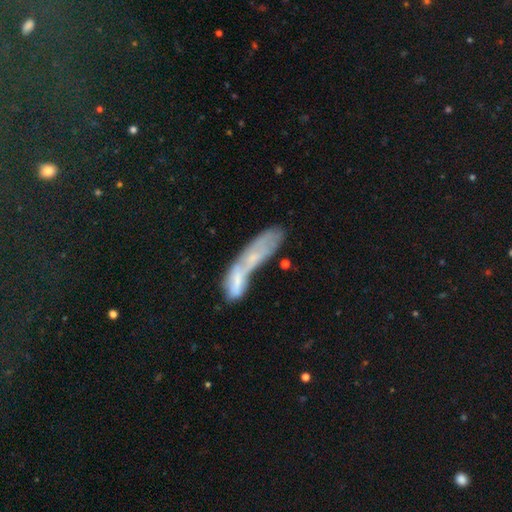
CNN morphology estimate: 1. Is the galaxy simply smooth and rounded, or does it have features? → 53% smooth, 40% featured or disk, 7% star or artifact.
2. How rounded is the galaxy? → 53% cigar-shaped, 44% in between, 3% round.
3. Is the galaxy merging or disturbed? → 64% merger, 15% none, 11% major disturbance, 10% minor disturbance.